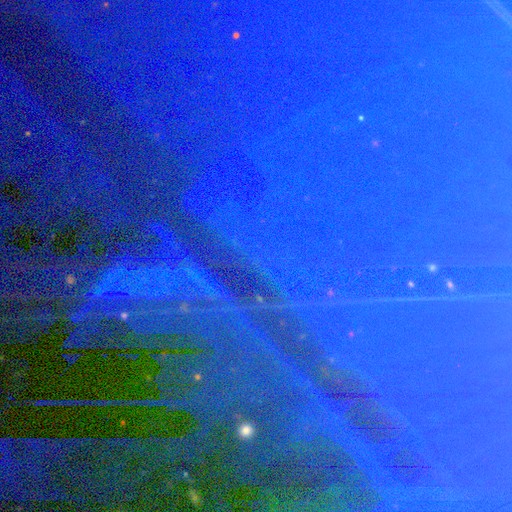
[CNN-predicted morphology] smooth-or-featured: star or artifact: 88% | featured or disk: 6% | smooth: 6%